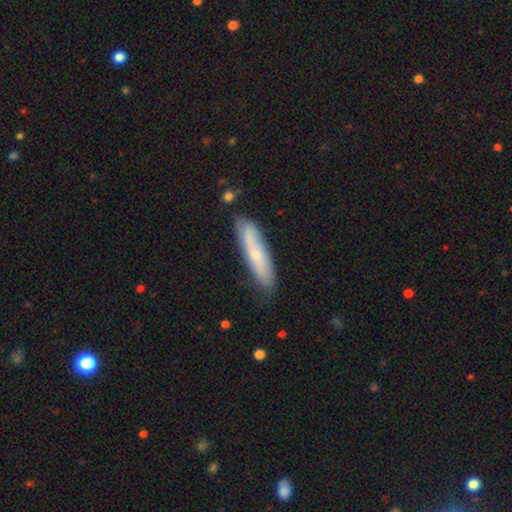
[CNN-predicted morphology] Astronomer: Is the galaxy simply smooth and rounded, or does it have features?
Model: smooth — 60%.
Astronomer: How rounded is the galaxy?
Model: cigar-shaped — 66%.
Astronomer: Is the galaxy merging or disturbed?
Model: none — 69%.